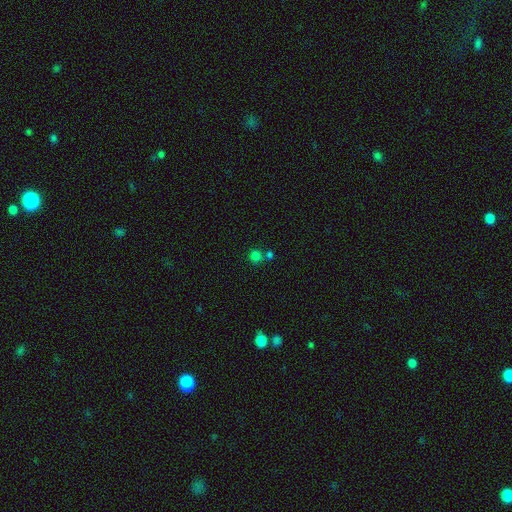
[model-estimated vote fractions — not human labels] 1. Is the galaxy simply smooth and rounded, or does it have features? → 75% smooth, 18% star or artifact, 7% featured or disk.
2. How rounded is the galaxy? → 89% round, 10% in between, 1% cigar-shaped.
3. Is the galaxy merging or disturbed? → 64% none, 26% merger, 7% minor disturbance, 3% major disturbance.